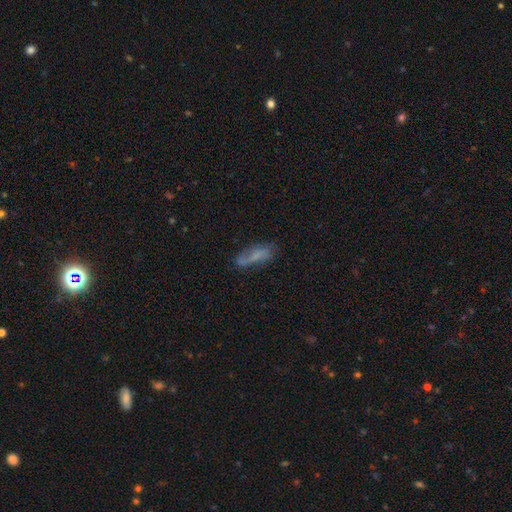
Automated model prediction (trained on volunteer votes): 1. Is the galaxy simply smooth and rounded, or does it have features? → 53% smooth, 36% featured or disk, 10% star or artifact.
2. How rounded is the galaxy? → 53% in between, 44% cigar-shaped, 3% round.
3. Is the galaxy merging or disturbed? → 58% none, 25% minor disturbance, 12% major disturbance, 5% merger.